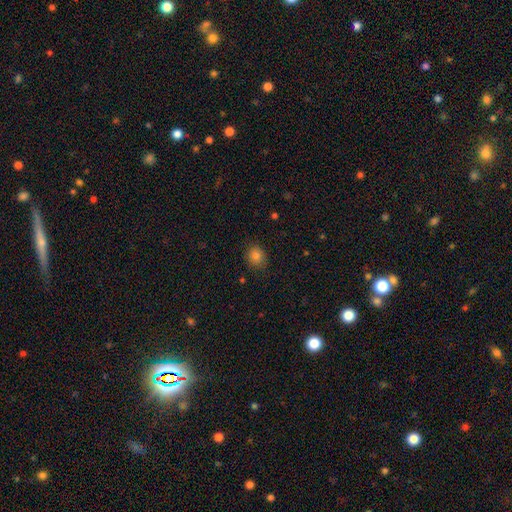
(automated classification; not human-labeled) The model was most divided on "how rounded": round: 71%, in between: 28%, cigar-shaped: 1%. More confident: merging — none (84%); smooth or featured — smooth (83%).